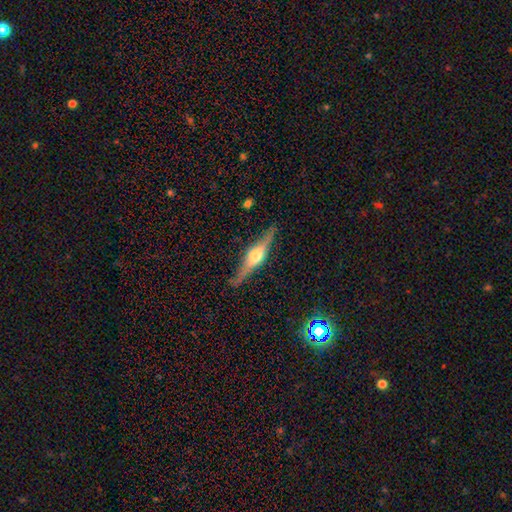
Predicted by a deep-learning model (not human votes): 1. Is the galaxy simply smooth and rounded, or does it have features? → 76% featured or disk, 18% smooth, 6% star or artifact.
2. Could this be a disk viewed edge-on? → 96% yes, 4% no.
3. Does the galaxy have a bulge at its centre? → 90% rounded, 8% boxy, 3% none.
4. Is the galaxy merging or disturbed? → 85% none, 11% minor disturbance, 2% major disturbance, 1% merger.